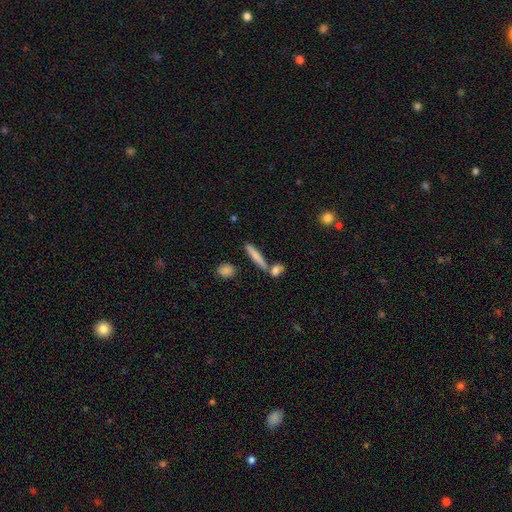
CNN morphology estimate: The model was most divided on "smooth or featured": smooth: 73%, featured or disk: 20%, star or artifact: 7%. More confident: how rounded — cigar-shaped (85%); merging — none (70%).